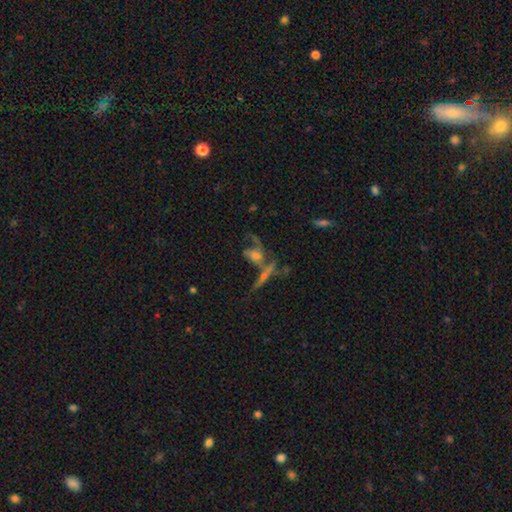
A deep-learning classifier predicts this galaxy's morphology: A featured or disk galaxy (66%) with no bar (70%), spiral arms (74%) and a moderate central bulge (38%).

Vote fractions:
- Smooth or featured? featured or disk: 66% / smooth: 18% / star or artifact: 16%
- Edge-on disk? no: 80% / yes: 20%
- Bar? no: 70% / weak: 22% / strong: 7%
- Spiral arms? yes: 74% / no: 26%
- Bulge size? moderate: 38% / small: 26% / none: 18% / large: 14% / dominant: 4%
- Merging? none: 36% / merger: 32% / major disturbance: 20% / minor disturbance: 12%